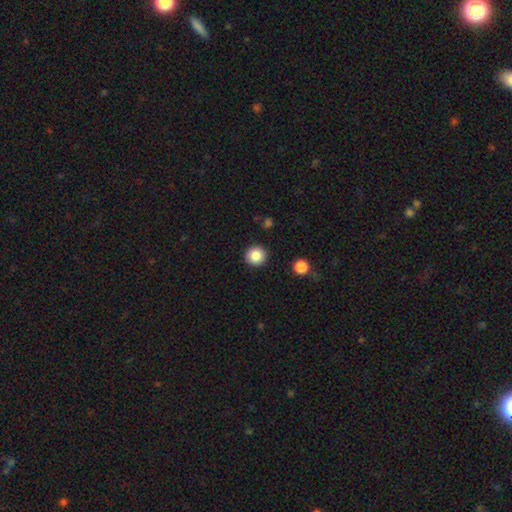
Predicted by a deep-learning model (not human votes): Smooth or featured? smooth (84%)
How rounded? round (94%)
Merging? none (91%)